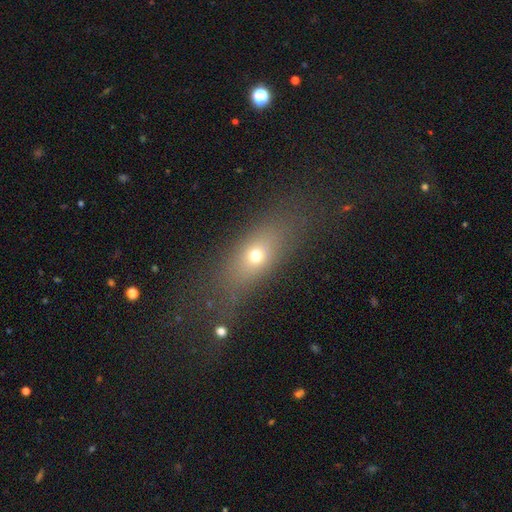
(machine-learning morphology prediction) A smooth galaxy with no disk features (65%) that is in between round and cigar-shaped (60%).

Vote fractions:
- Smooth or featured? smooth: 65% / featured or disk: 19% / star or artifact: 16%
- How rounded? in between: 60% / cigar-shaped: 22% / round: 18%
- Merging? none: 70% / minor disturbance: 14% / major disturbance: 11% / merger: 5%